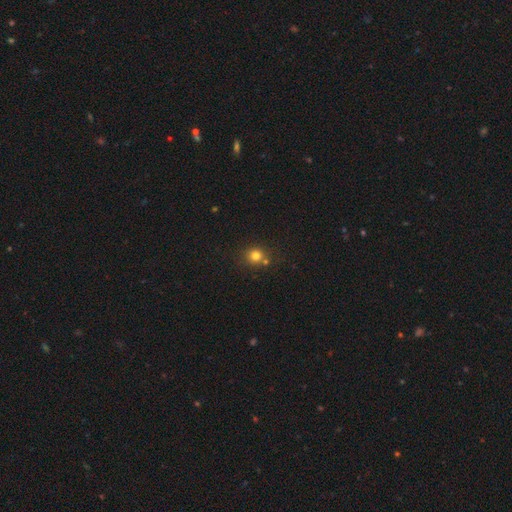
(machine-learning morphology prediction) smooth 78%, star or artifact 15%, featured or disk 7%. Down the decision tree: how rounded — round (85%); merging — none (68%).